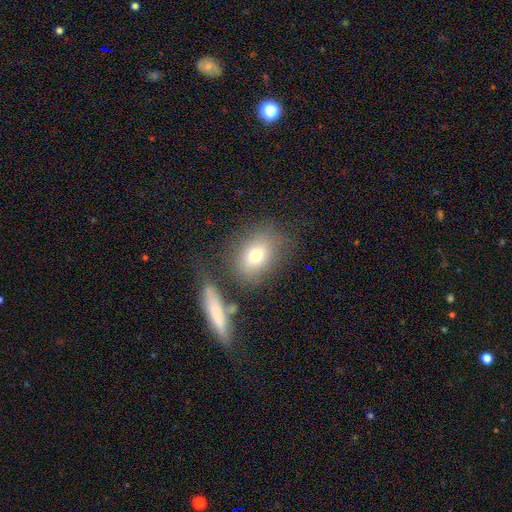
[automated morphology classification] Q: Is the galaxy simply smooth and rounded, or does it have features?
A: smooth — 71%.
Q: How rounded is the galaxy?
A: in between — 65%.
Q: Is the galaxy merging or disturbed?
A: none — 65%.